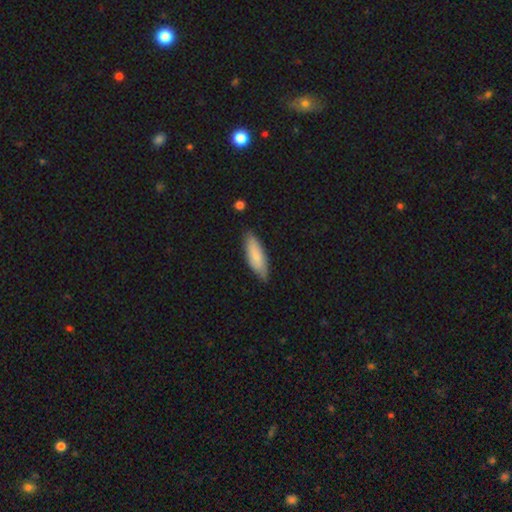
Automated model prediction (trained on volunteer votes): Smooth or featured: smooth — 81% (featured or disk — 14%)
How rounded: in between — 52% (cigar-shaped — 46%)
Merging: none — 81% (minor disturbance — 15%)